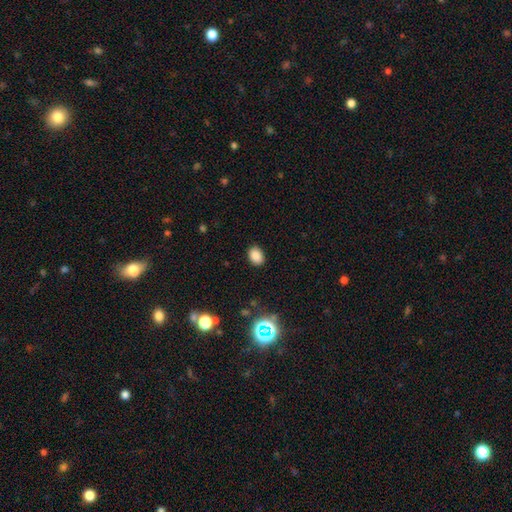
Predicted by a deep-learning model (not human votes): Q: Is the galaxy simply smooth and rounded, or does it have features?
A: smooth — 84%.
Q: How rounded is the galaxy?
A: in between — 69%.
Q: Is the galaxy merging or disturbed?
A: none — 88%.